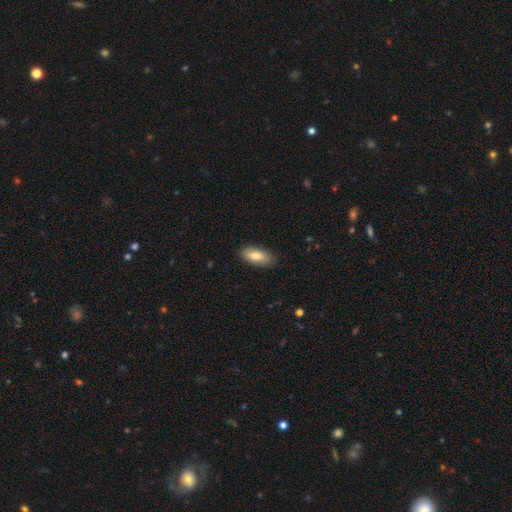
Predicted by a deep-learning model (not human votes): smooth_or_featured: smooth (p=0.82) [alt: featured or disk p=0.12]
how_rounded: in between (p=0.85) [alt: cigar-shaped p=0.13]
merging: none (p=0.87) [alt: minor disturbance p=0.10]